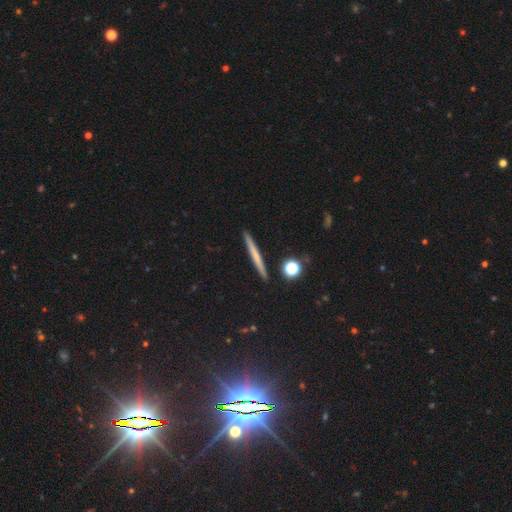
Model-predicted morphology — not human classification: The model was most divided on "smooth or featured": smooth: 53%, featured or disk: 38%, star or artifact: 8%. More confident: how rounded — cigar-shaped (95%); merging — none (92%).